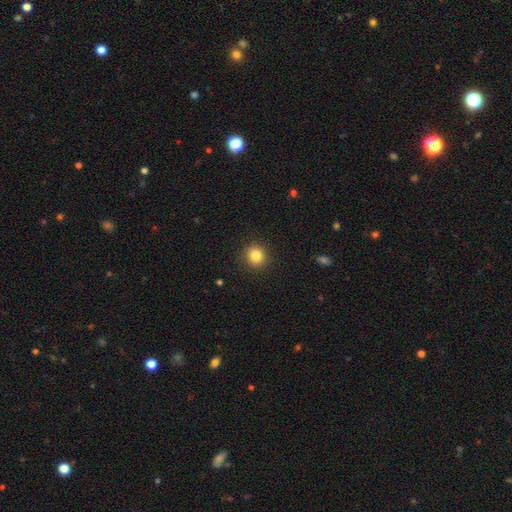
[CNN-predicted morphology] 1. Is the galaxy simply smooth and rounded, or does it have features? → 84% smooth, 11% star or artifact, 5% featured or disk.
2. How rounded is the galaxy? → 91% round, 8% in between, 1% cigar-shaped.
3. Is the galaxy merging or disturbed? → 91% none, 6% minor disturbance, 2% major disturbance, 1% merger.